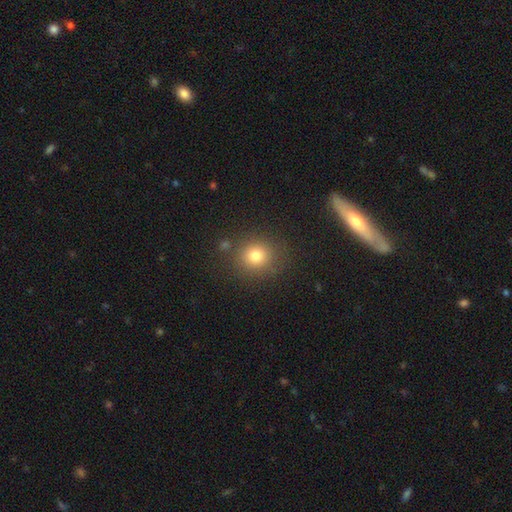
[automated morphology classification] A smooth galaxy with no disk features (78%) that is round (85%).

Vote fractions:
- Smooth or featured? smooth: 78% / star or artifact: 15% / featured or disk: 8%
- How rounded? round: 85% / in between: 14% / cigar-shaped: 1%
- Merging? none: 84% / minor disturbance: 9% / merger: 4% / major disturbance: 4%